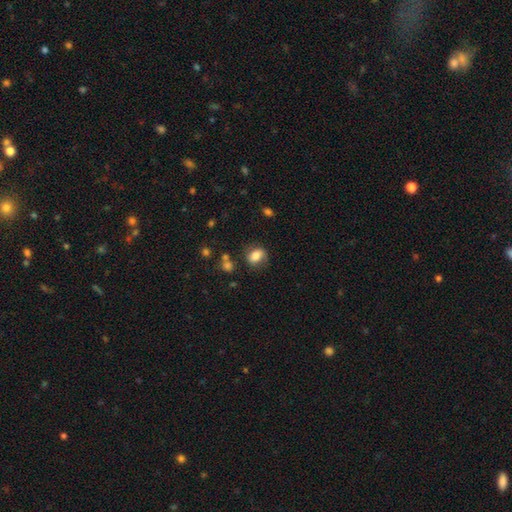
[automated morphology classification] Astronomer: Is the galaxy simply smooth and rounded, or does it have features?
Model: smooth — 73%.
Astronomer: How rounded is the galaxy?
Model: in between — 61% (runner-up: round, 38%).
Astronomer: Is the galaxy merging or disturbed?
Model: none — 67%.